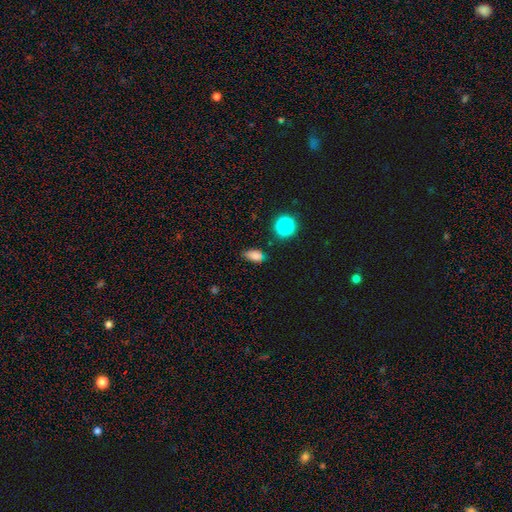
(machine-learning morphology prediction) smooth-or-featured: smooth: 78% | star or artifact: 16% | featured or disk: 6%
  how-rounded: in between: 83% | round: 12% | cigar-shaped: 5%
  merging: none: 66% | minor disturbance: 25% | major disturbance: 5% | merger: 4%